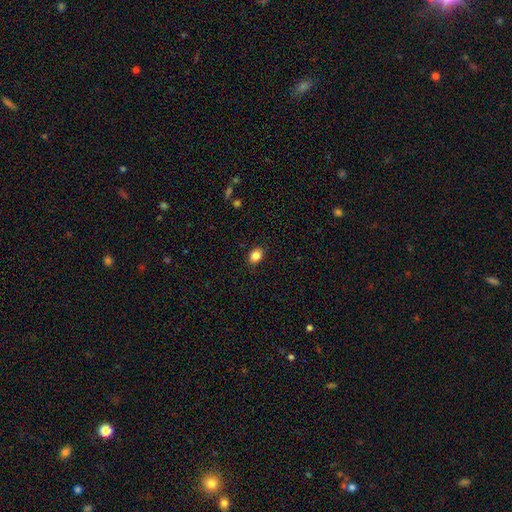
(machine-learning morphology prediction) Smooth or featured? smooth (86%)
How rounded? in between (64%)
Merging? none (88%)